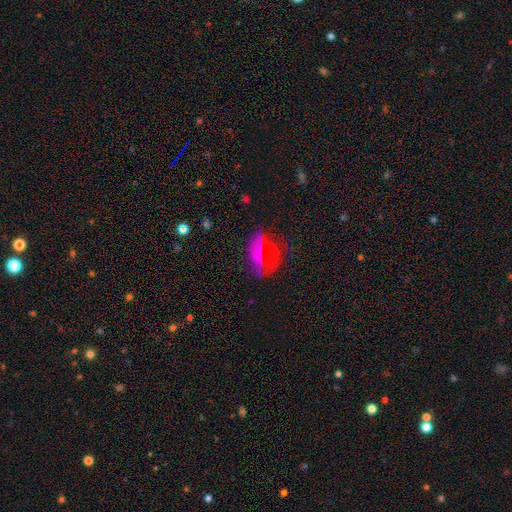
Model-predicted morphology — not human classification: Smooth or featured? Predicted: smooth (p=0.48). Merging? Predicted: none (p=0.61).